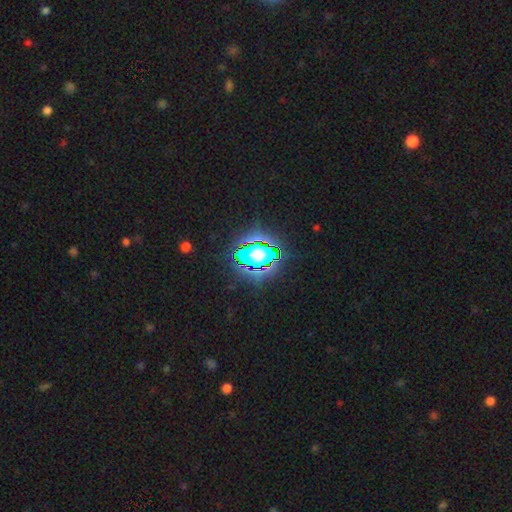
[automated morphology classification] This appears to be a star or artifact, not a galaxy (61%).